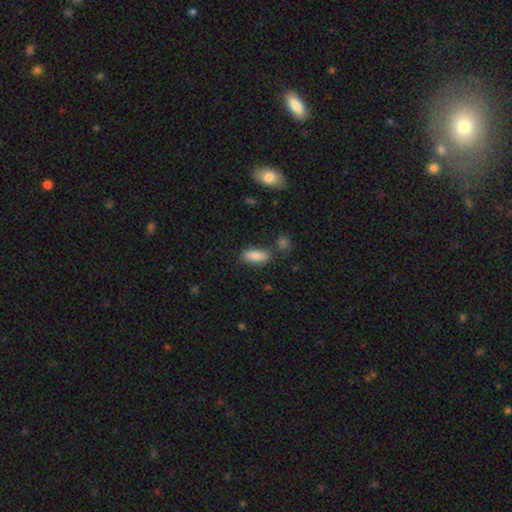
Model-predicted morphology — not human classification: Smooth or featured? Predicted: smooth (p=0.87). How rounded? Predicted: in between (p=0.81). Merging? Predicted: none (p=0.73).